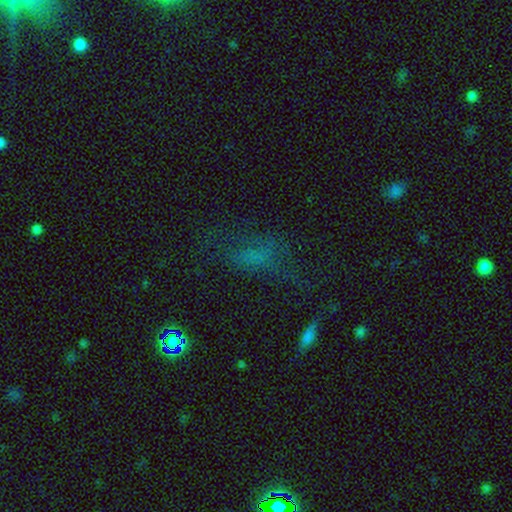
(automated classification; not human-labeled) Smooth or featured? smooth (48%)
Merging? none (47%)